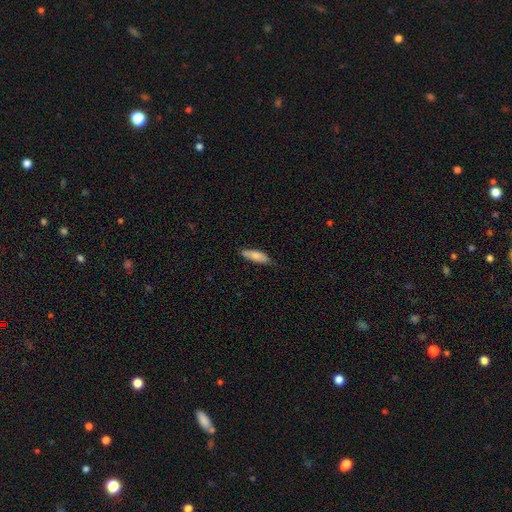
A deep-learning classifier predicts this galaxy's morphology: This is clearly a smooth galaxy (82%). How rounded: possibly in between (50%). Merging: likely none (75%).